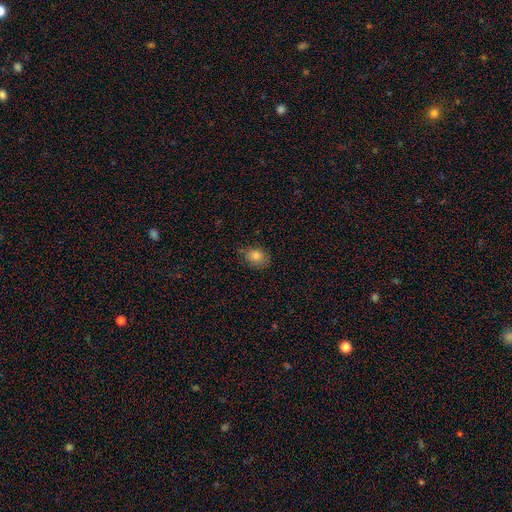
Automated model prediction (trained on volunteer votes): Smooth or featured: smooth — 83% (star or artifact — 10%)
How rounded: in between — 60% (round — 39%)
Merging: none — 75% (minor disturbance — 20%)